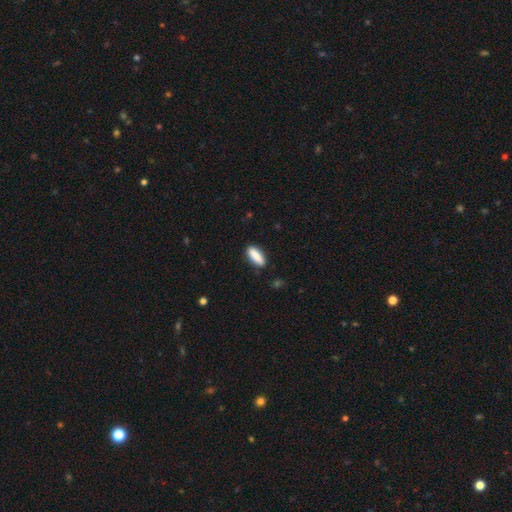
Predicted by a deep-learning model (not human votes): Smooth or featured? smooth (87%)
How rounded? in between (59%)
Merging? none (85%)